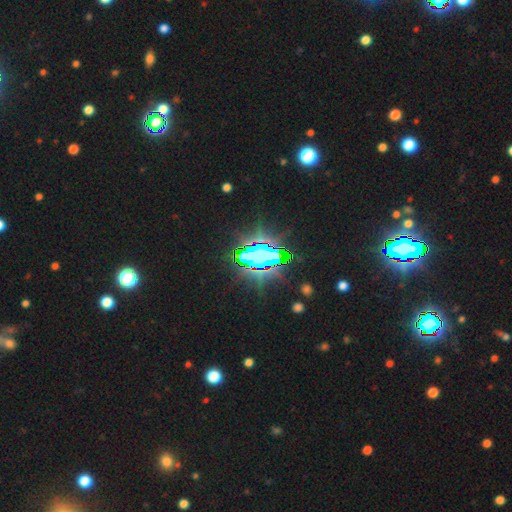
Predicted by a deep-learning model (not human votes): Smooth or featured? star or artifact (75%)